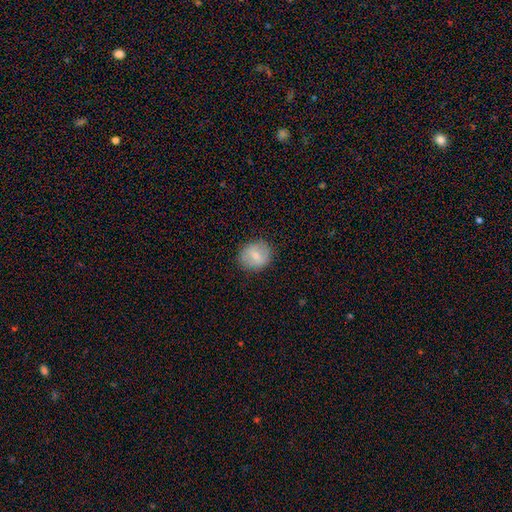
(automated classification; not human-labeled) Smooth or featured?
  - smooth: 68% *
  - featured or disk: 24%
  - star or artifact: 8%
How rounded?
  - round: 77% *
  - in between: 22%
  - cigar-shaped: 1%
Merging?
  - none: 85% *
  - minor disturbance: 11%
  - major disturbance: 3%
  - merger: 1%